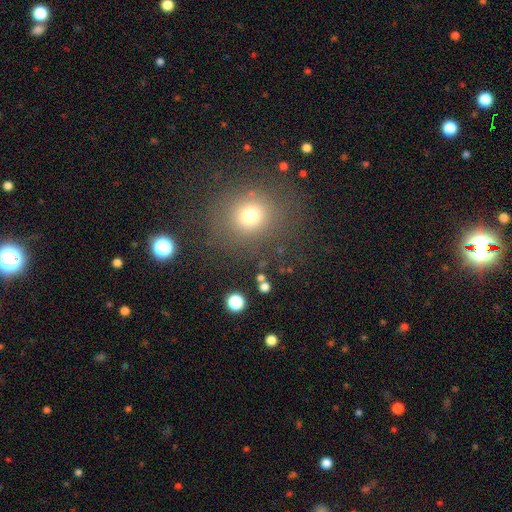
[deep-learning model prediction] Morphology: type=smooth (56%); roundness=round (87%); merging=none (88%).